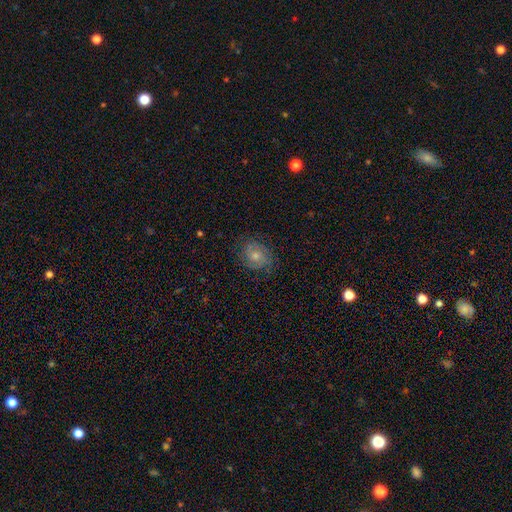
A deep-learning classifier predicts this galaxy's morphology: Overall: featured or disk (59%; smooth 25%). Edge-on disk: no (97%). Bar: no (68%). Spiral arms: yes (90%). Spiral arm count: 2 (47%; can't tell 30%). Spiral winding: tight (54%; medium 36%). Bulge size: moderate (55%; small 36%). Merging: none (80%).